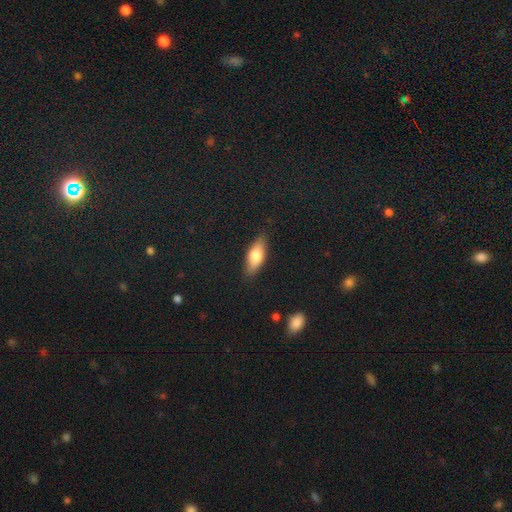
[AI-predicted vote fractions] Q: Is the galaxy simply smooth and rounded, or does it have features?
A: smooth — 71%.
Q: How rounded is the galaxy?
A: in between — 71%.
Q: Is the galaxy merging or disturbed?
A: none — 85%.